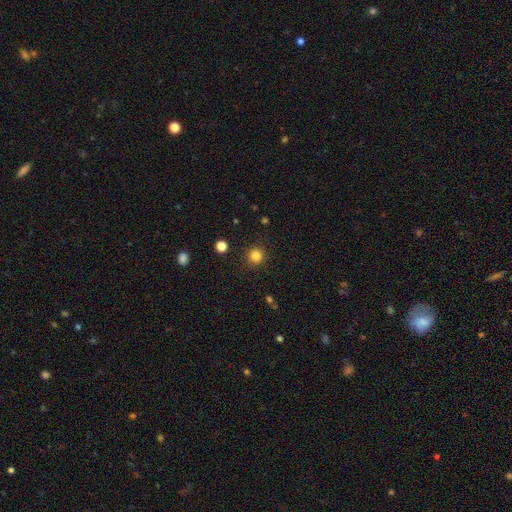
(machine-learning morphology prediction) Overall: smooth (83%). How rounded: round (92%). Merging: none (89%).